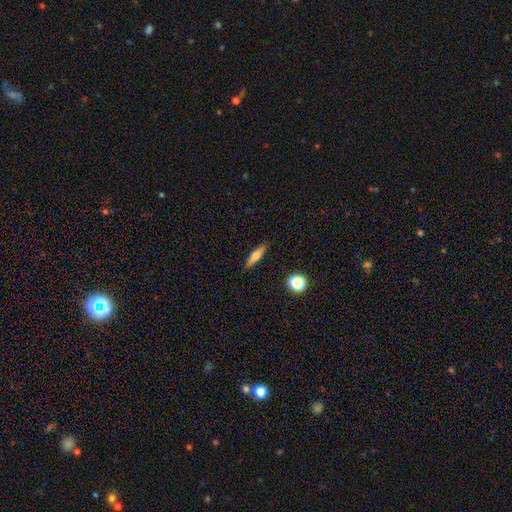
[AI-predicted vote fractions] Smooth or featured? smooth (59%)
How rounded? cigar-shaped (72%)
Merging? none (87%)